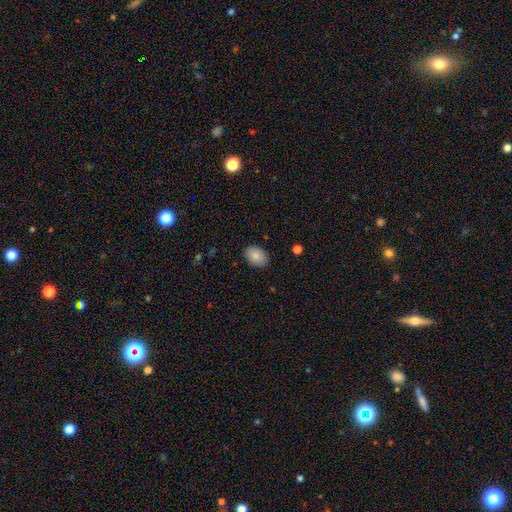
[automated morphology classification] type=smooth (87%); roundness=in between (81%); merging=none (85%).